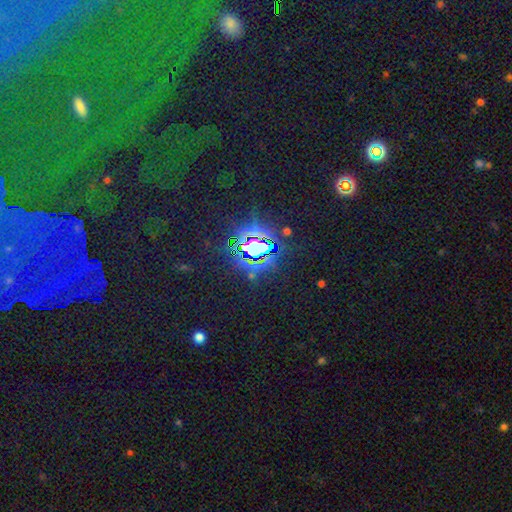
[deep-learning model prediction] Overall: star or artifact (82%).